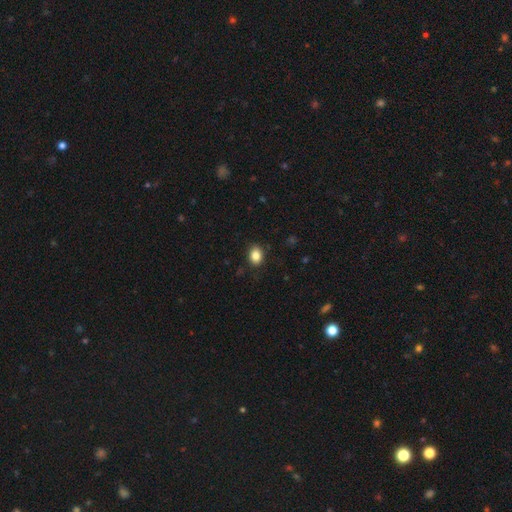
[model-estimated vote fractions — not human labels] smooth-or-featured: smooth: 85% | star or artifact: 9% | featured or disk: 5%
  how-rounded: in between: 68% | round: 31% | cigar-shaped: 1%
  merging: none: 87% | minor disturbance: 10% | major disturbance: 2% | merger: 1%